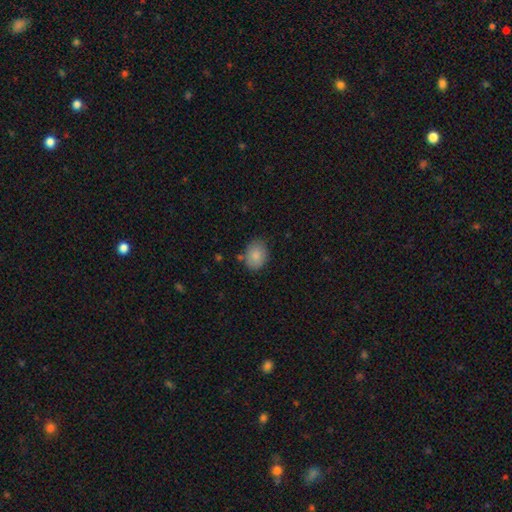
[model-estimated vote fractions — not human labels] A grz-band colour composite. It shows a smooth galaxy with no disk features (86%) that is in between round and cigar-shaped (63%). Merging: none (77%).